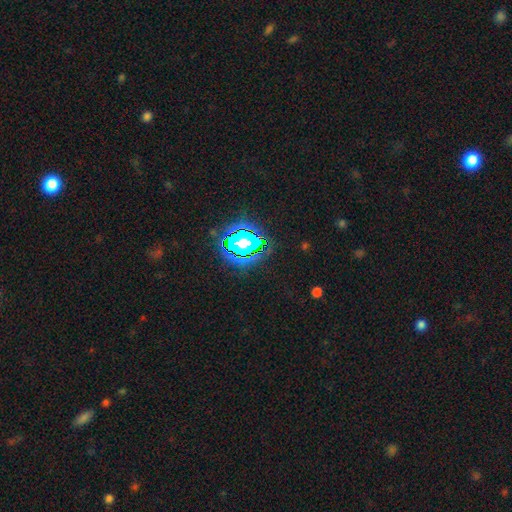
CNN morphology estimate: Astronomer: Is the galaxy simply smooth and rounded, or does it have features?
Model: star or artifact — 81%.